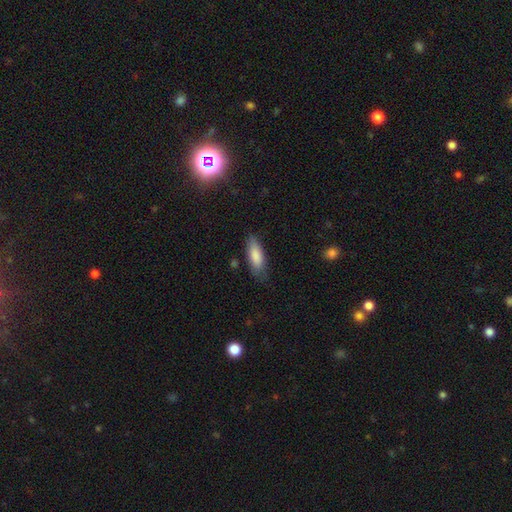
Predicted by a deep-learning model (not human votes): Smooth or featured? Predicted: smooth (p=0.86). How rounded? Predicted: in between (p=0.68). Merging? Predicted: none (p=0.75).